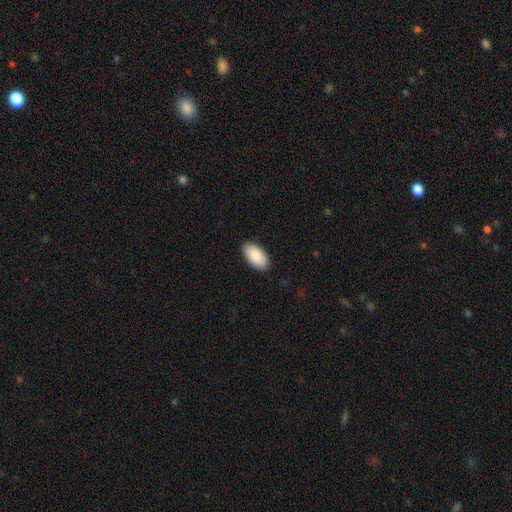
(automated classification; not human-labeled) The model was most divided on "merging": none: 89%, minor disturbance: 9%, major disturbance: 2%, merger: 1%. More confident: how rounded — in between (96%); smooth or featured — smooth (89%).